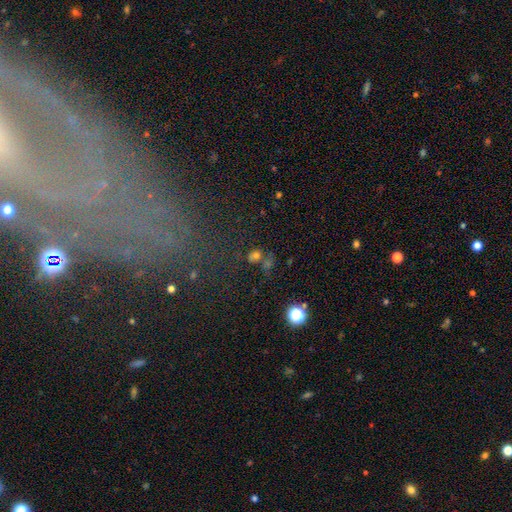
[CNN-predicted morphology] Smooth or featured?
  - smooth: 60% *
  - star or artifact: 27%
  - featured or disk: 13%
How rounded?
  - round: 63% *
  - in between: 35%
  - cigar-shaped: 2%
Merging?
  - none: 41% *
  - merger: 36%
  - minor disturbance: 12%
  - major disturbance: 10%